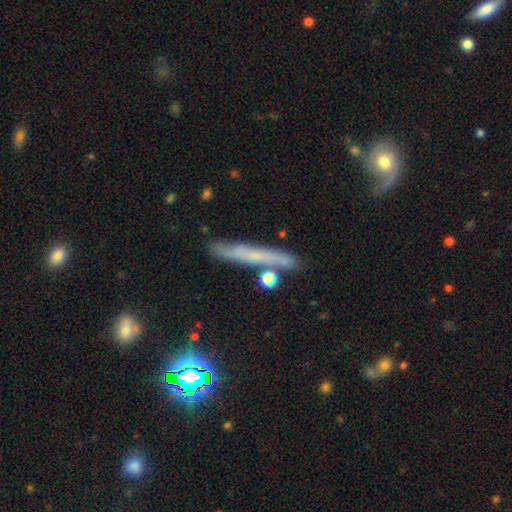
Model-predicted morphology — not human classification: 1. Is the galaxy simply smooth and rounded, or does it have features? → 48% featured or disk, 42% smooth, 10% star or artifact.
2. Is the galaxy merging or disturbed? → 76% none, 16% minor disturbance, 5% merger, 4% major disturbance.